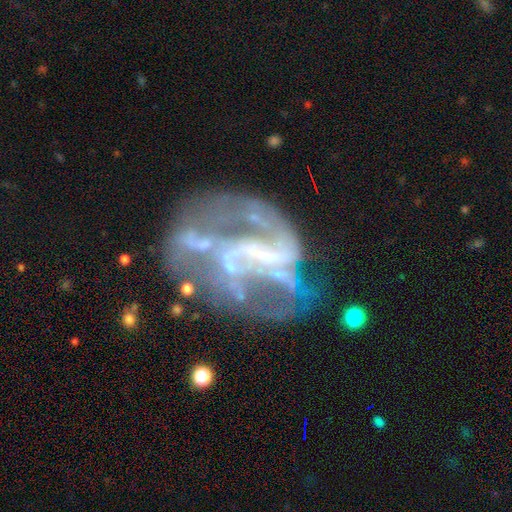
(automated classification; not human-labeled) Smooth or featured?
  - featured or disk: 82% *
  - star or artifact: 10%
  - smooth: 8%
Edge-on disk?
  - no: 98% *
  - yes: 2%
Bar?
  - weak: 36% *
  - no: 35%
  - strong: 29%
Spiral arms?
  - yes: 72% *
  - no: 28%
Spiral winding?
  - loose: 47% *
  - medium: 37%
  - tight: 16%
Spiral arm count?
  - 2: 48% *
  - can't tell: 24%
  - 3: 12%
  - 1: 7%
  - 4: 5%
  - more than 4: 4%
Bulge size?
  - none: 54% *
  - small: 33%
  - moderate: 10%
  - large: 2%
  - dominant: 1%
Merging?
  - major disturbance: 37% *
  - none: 35%
  - minor disturbance: 18%
  - merger: 10%